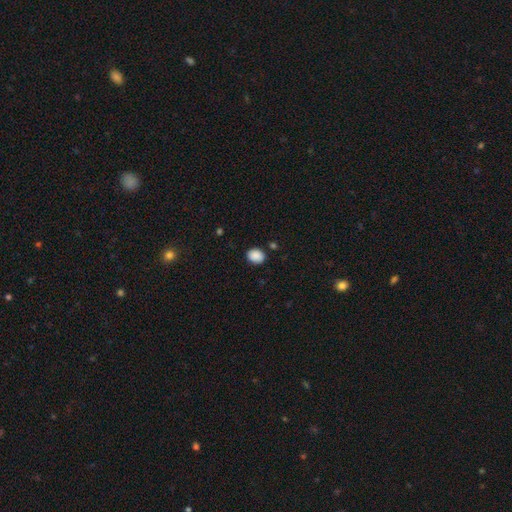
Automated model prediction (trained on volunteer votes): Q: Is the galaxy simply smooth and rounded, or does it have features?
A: smooth — 88%.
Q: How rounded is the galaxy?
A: round — 52%.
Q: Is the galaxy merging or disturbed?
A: none — 85%.